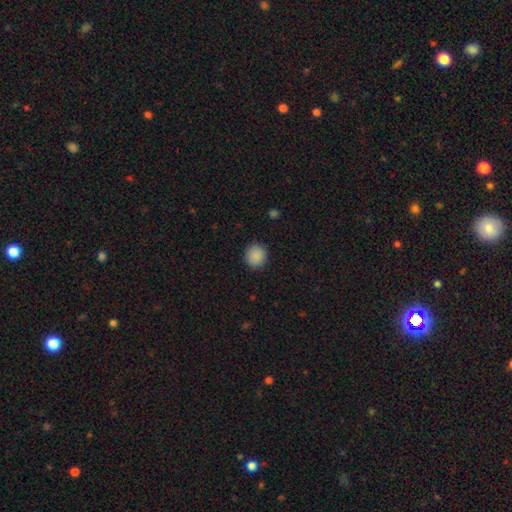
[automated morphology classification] smooth 89%, star or artifact 8%, featured or disk 3%. Down the decision tree: how rounded — round (90%); merging — none (91%).